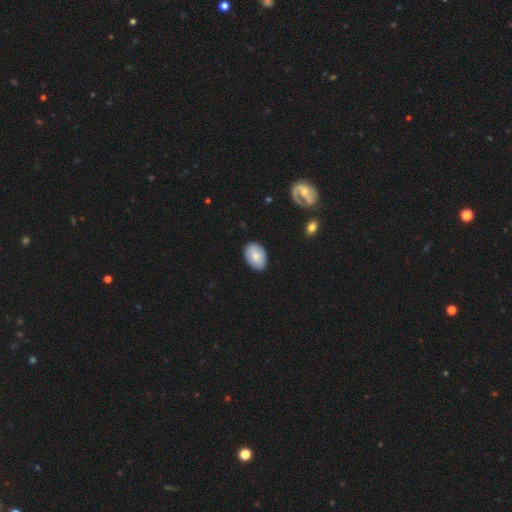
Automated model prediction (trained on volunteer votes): This is likely a smooth galaxy (77%). How rounded: clearly in between (85%). Merging: clearly none (85%).